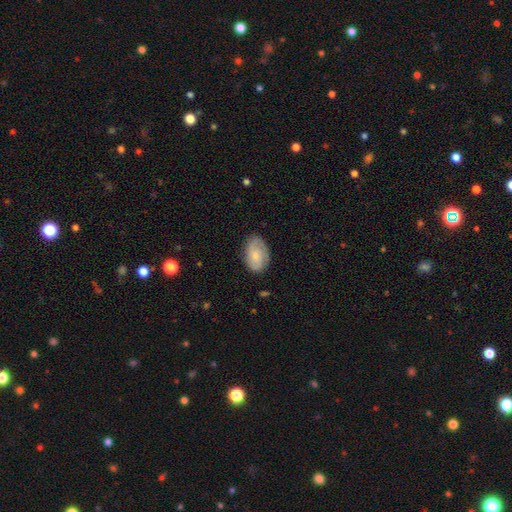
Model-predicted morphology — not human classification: smooth 52%, featured or disk 41%, star or artifact 7%. Down the decision tree: how rounded — in between (88%); merging — none (75%).